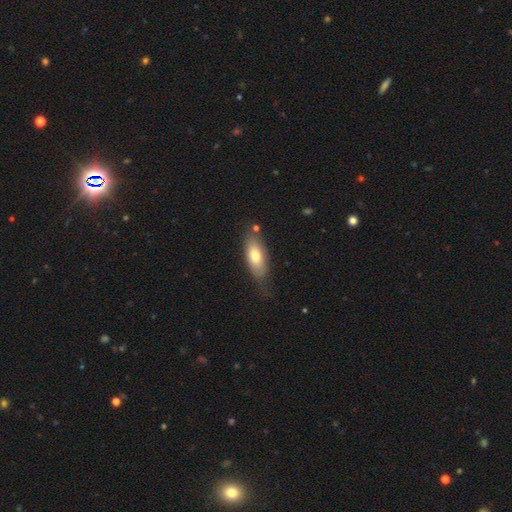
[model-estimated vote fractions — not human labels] smooth_or_featured: smooth (p=0.70) [alt: featured or disk p=0.23]
how_rounded: in between (p=0.77) [alt: cigar-shaped p=0.20]
merging: none (p=0.68) [alt: minor disturbance p=0.21]